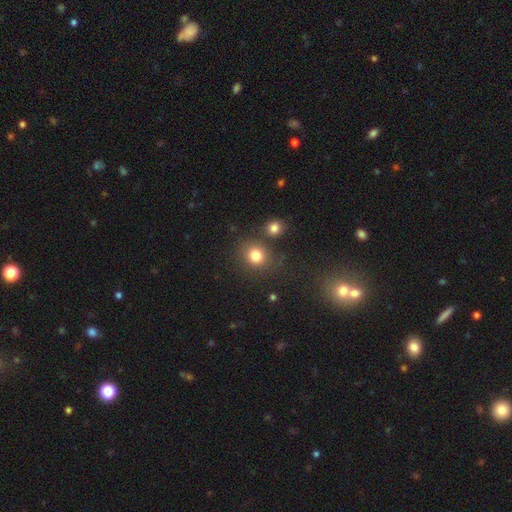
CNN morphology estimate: A smooth galaxy with no disk features (80%) that is round (83%).

Vote fractions:
- Smooth or featured? smooth: 80% / star or artifact: 13% / featured or disk: 6%
- How rounded? round: 83% / in between: 16% / cigar-shaped: 1%
- Merging? none: 73% / merger: 13% / minor disturbance: 10% / major disturbance: 4%